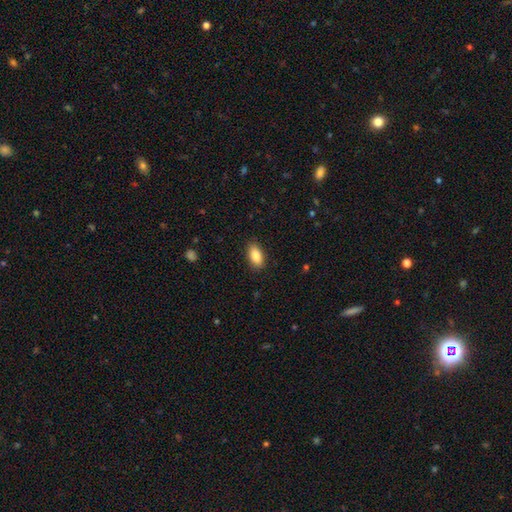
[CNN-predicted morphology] smooth_or_featured: smooth (p=0.87) [alt: star or artifact p=0.07]
how_rounded: in between (p=0.92) [alt: cigar-shaped p=0.04]
merging: none (p=0.89) [alt: minor disturbance p=0.08]